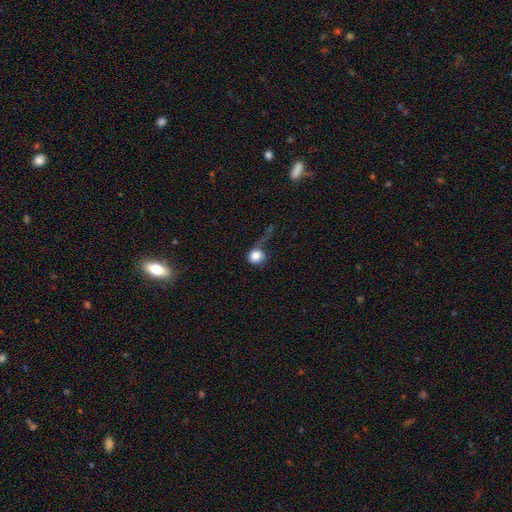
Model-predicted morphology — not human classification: This appears to be a smooth galaxy with no disk features (79%) that is round (82%). Merging: major disturbance (40%).